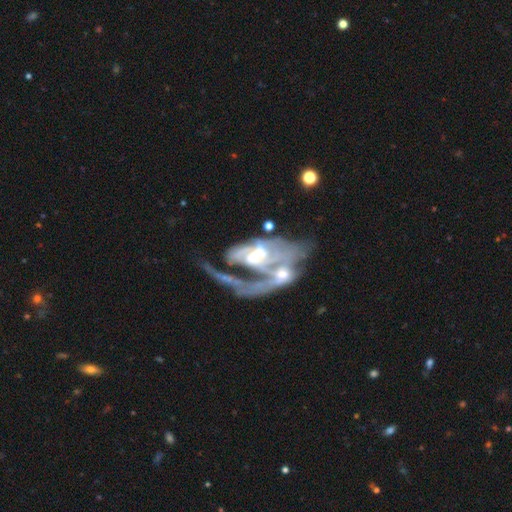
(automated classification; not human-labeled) Q: Smooth or featured?
A: featured or disk (81%); runner-up: smooth (12%)
Q: Edge-on disk?
A: no (94%); runner-up: yes (6%)
Q: Bar?
A: no (56%); runner-up: weak (32%)
Q: Spiral arms?
A: yes (75%); runner-up: no (25%)
Q: Spiral winding?
A: tight (35%); runner-up: medium (34%)
Q: Spiral arm count?
A: can't tell (36%); runner-up: 2 (34%)
Q: Bulge size?
A: small (47%); runner-up: moderate (45%)
Q: Merging?
A: merger (67%); runner-up: major disturbance (18%)